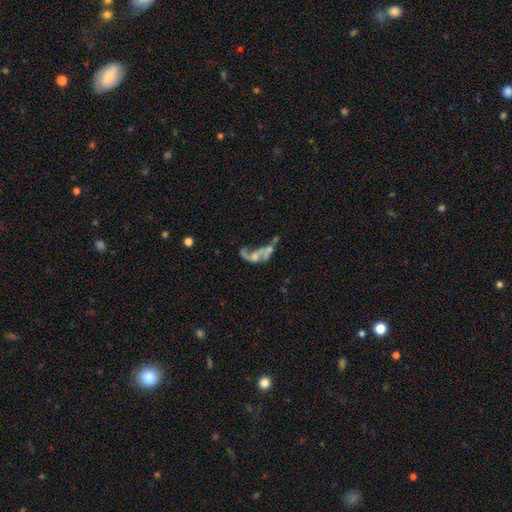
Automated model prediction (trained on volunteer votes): Morphology: type=featured or disk (66%); edge-on=no (95%); bar=no (71%); spiral arms=yes (54%); bulge=none (39%); merging=merger (38%).